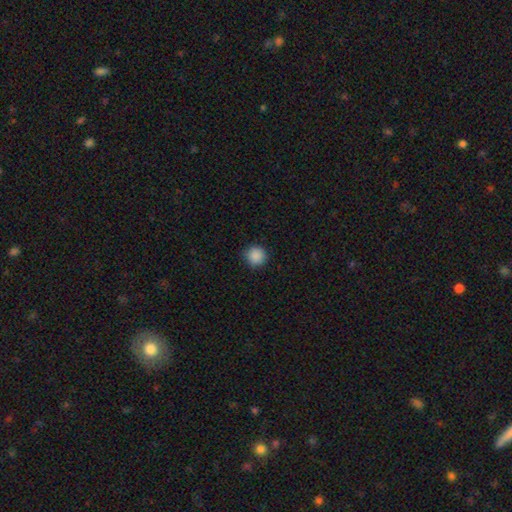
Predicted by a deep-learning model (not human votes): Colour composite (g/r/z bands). It shows a smooth galaxy with no disk features (88%) that is round (94%). Merging: none (87%).